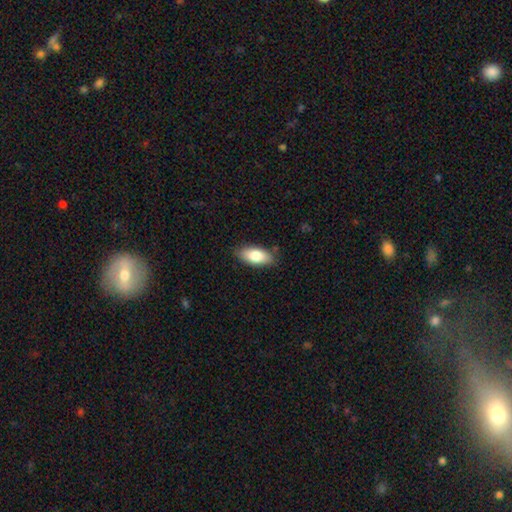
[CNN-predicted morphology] A smooth galaxy with no disk features (81%) that is in between round and cigar-shaped (87%).

Vote fractions:
- Smooth or featured? smooth: 81% / featured or disk: 12% / star or artifact: 6%
- How rounded? in between: 87% / cigar-shaped: 10% / round: 3%
- Merging? none: 84% / minor disturbance: 13% / major disturbance: 2% / merger: 1%